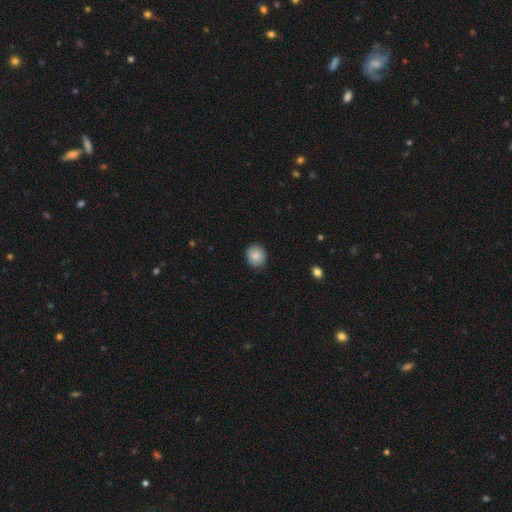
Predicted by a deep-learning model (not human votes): This appears to be a smooth galaxy with no disk features (86%) that is round (80%). Merging: none (89%).